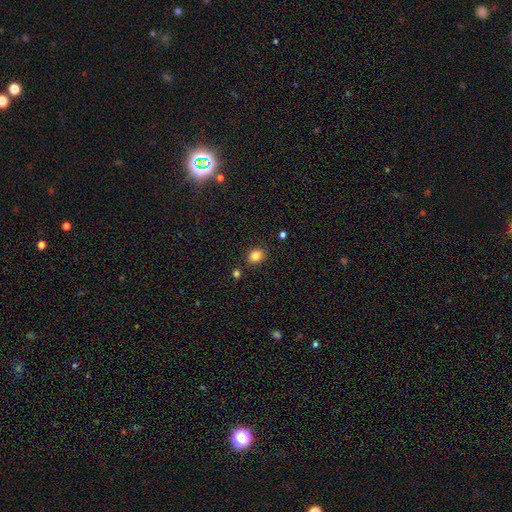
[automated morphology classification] Smooth or featured? Predicted: smooth (p=0.83). How rounded? Predicted: round (p=0.60). Merging? Predicted: none (p=0.85).